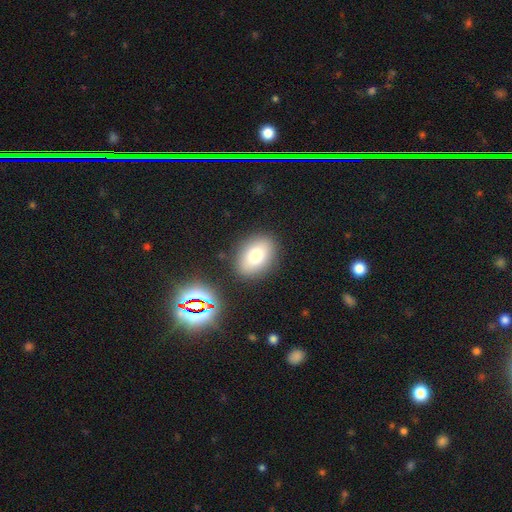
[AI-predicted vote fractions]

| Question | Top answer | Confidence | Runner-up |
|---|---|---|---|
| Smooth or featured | smooth | 76% | featured or disk (13%) |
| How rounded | in between | 75% | round (23%) |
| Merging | none | 85% | minor disturbance (9%) |